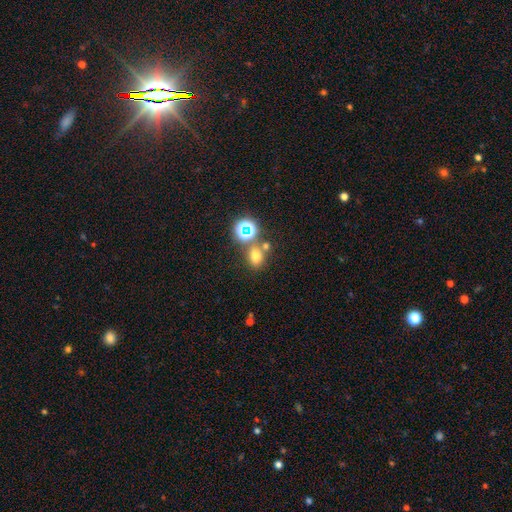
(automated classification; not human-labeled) This appears to be a smooth galaxy with no disk features (66%) that is round (53%). Merging: none (63%).